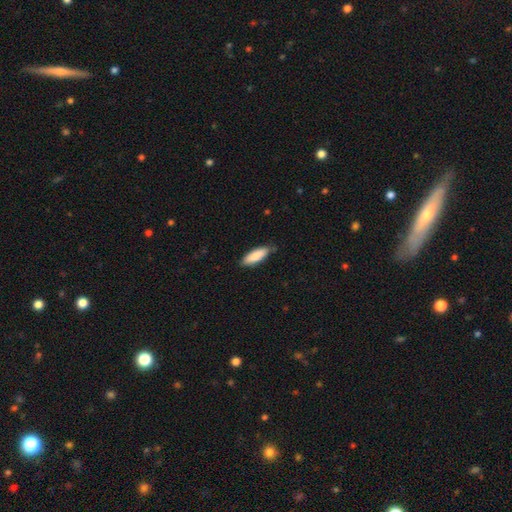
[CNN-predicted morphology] The model was most divided on "how rounded": in between: 60%, cigar-shaped: 39%, round: 1%. More confident: smooth or featured — smooth (88%); merging — none (80%).